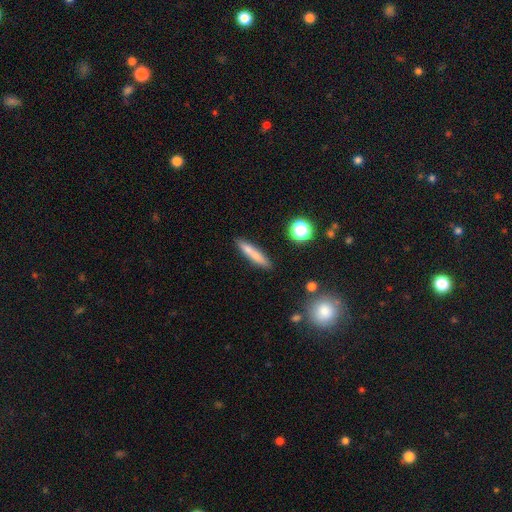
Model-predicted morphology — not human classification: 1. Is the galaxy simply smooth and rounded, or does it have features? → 75% smooth, 17% featured or disk, 8% star or artifact.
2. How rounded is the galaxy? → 89% cigar-shaped, 9% in between, 2% round.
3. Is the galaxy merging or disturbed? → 87% none, 8% minor disturbance, 2% merger, 2% major disturbance.